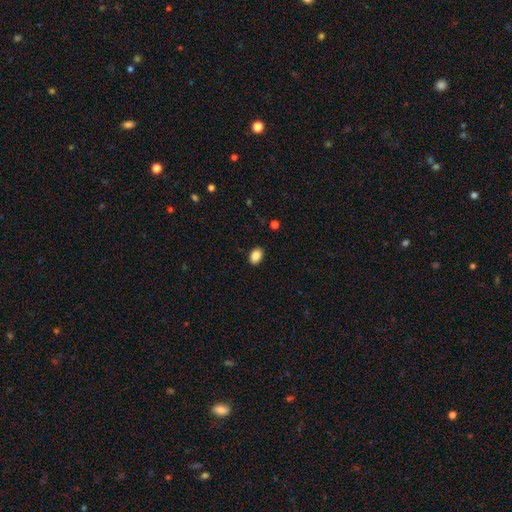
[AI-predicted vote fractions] Overall: smooth (88%). How rounded: in between (81%). Merging: none (89%).